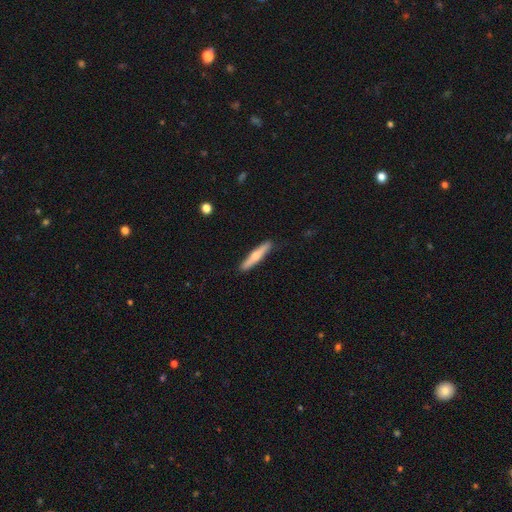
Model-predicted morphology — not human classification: A smooth galaxy with no disk features (54%) that is cigar-shaped (92%).

Vote fractions:
- Smooth or featured? smooth: 54% / featured or disk: 41% / star or artifact: 5%
- How rounded? cigar-shaped: 92% / in between: 6% / round: 2%
- Merging? none: 89% / minor disturbance: 8% / major disturbance: 2% / merger: 1%